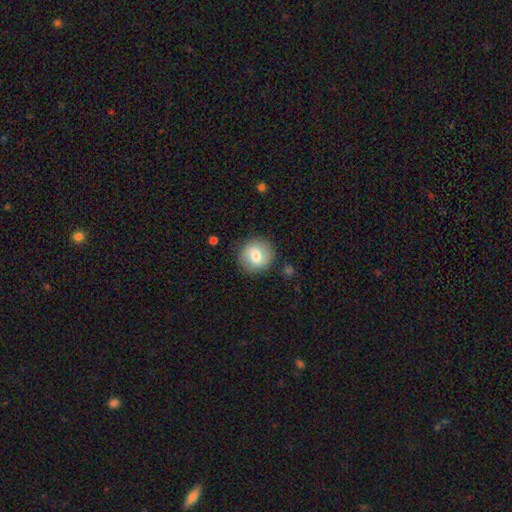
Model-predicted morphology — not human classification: smooth-or-featured: smooth: 71% | featured or disk: 21% | star or artifact: 8%
  how-rounded: round: 92% | in between: 7% | cigar-shaped: 1%
  merging: none: 88% | minor disturbance: 8% | major disturbance: 3% | merger: 2%